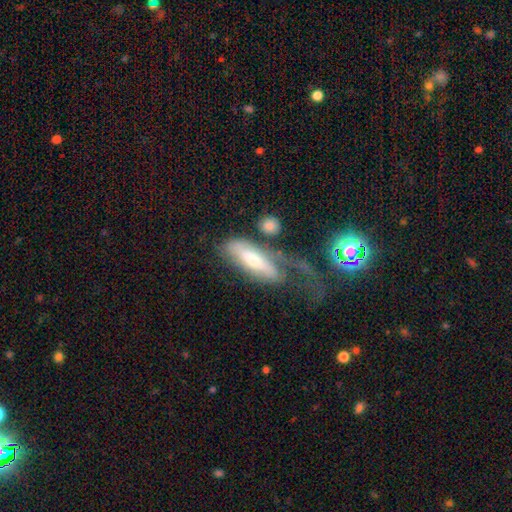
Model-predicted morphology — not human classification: Overall: smooth (50%; featured or disk 43%). How rounded: in between (57%; cigar-shaped 40%). Merging: major disturbance (38%; none 30%).